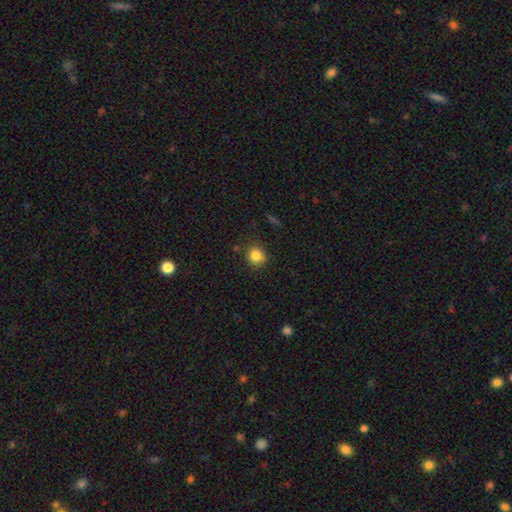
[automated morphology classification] Smooth or featured? smooth (84%)
How rounded? round (81%)
Merging? none (85%)